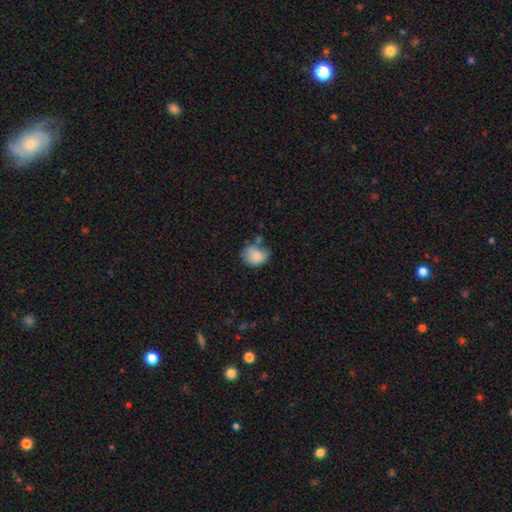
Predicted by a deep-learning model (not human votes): This appears to be a smooth galaxy with no disk features (82%) that is round (54%). Merging: none (46%).